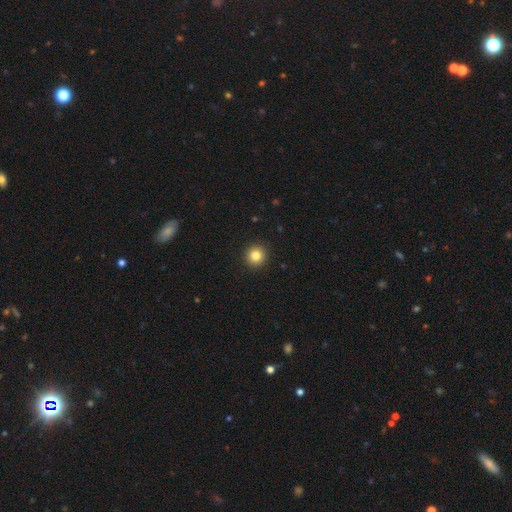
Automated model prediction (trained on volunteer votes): Smooth or featured?
  - smooth: 83% *
  - star or artifact: 11%
  - featured or disk: 6%
How rounded?
  - round: 94% *
  - in between: 5%
  - cigar-shaped: 1%
Merging?
  - none: 93% *
  - minor disturbance: 4%
  - major disturbance: 2%
  - merger: 1%